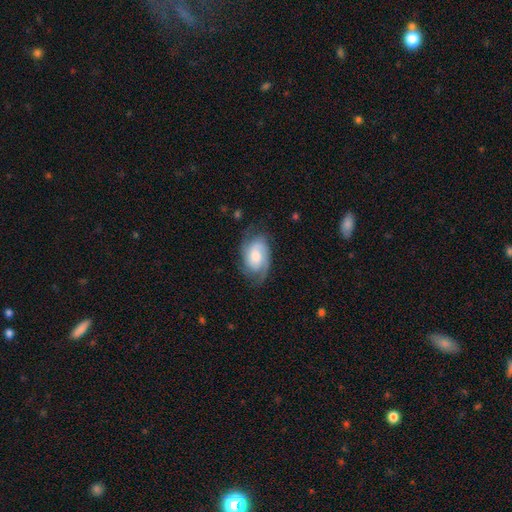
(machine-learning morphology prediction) Smooth or featured? featured or disk (66%)
Edge-on disk? no (96%)
Bar? no (63%)
Spiral arms? yes (92%)
Spiral winding? tight (43%)
Spiral arm count? 2 (56%)
Bulge size? moderate (51%)
Merging? none (66%)